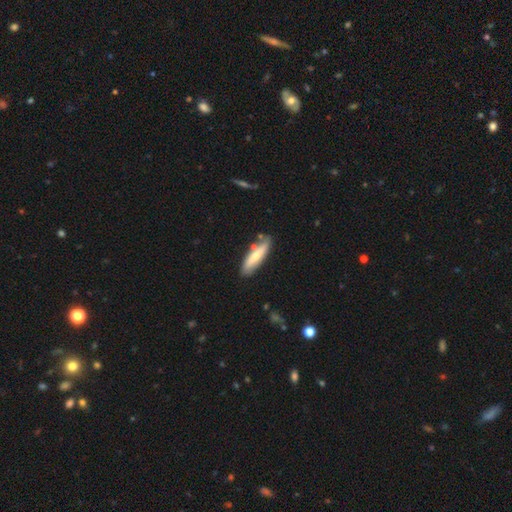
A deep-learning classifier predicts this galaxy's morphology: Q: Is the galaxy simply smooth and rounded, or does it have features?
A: smooth — 64%.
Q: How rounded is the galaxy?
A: cigar-shaped — 69%.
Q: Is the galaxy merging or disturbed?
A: none — 76%.